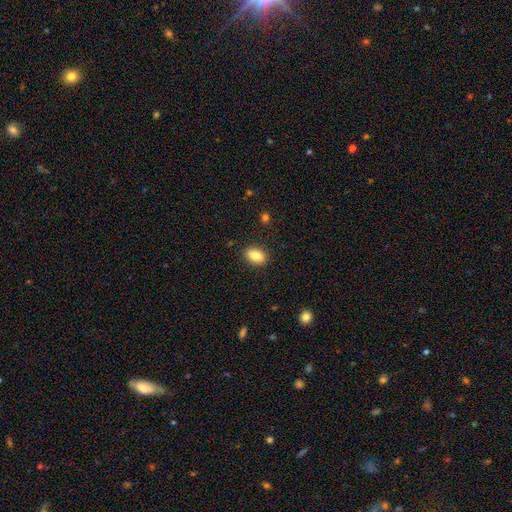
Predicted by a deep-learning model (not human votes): Morphology: type=smooth (84%); roundness=in between (84%); merging=none (87%).